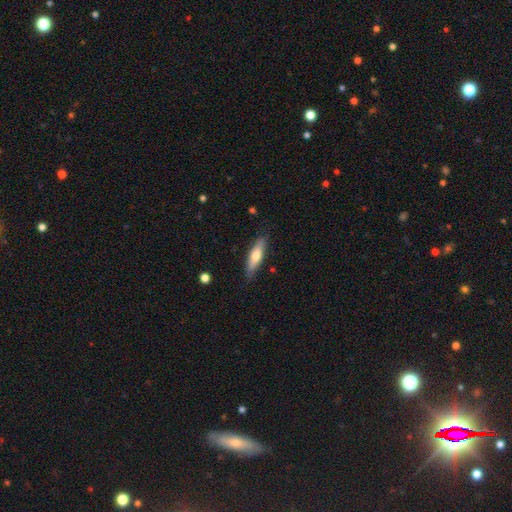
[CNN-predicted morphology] Q: Smooth or featured?
A: smooth (61%); runner-up: featured or disk (33%)
Q: How rounded?
A: cigar-shaped (65%); runner-up: in between (33%)
Q: Merging?
A: none (85%); runner-up: minor disturbance (11%)